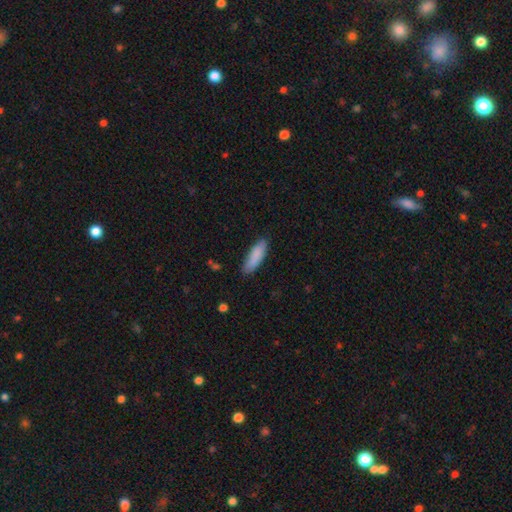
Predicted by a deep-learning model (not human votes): Q: Smooth or featured?
A: smooth (86%); runner-up: featured or disk (8%)
Q: How rounded?
A: cigar-shaped (52%); runner-up: in between (46%)
Q: Merging?
A: none (82%); runner-up: minor disturbance (14%)